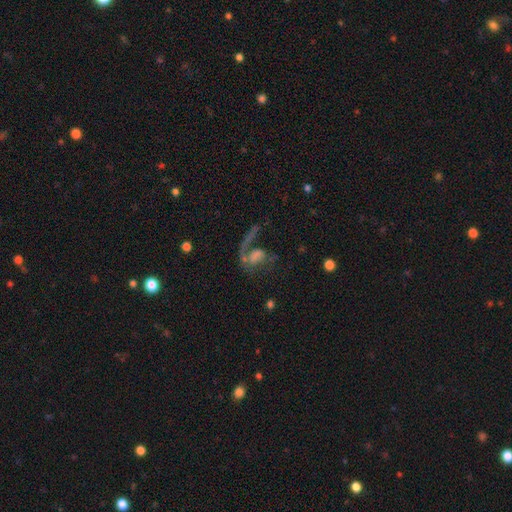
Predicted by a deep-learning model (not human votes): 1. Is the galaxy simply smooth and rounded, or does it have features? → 57% featured or disk, 27% smooth, 16% star or artifact.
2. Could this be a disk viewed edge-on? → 95% no, 5% yes.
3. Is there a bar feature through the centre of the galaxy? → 61% no, 26% weak, 13% strong.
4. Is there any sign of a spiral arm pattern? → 65% yes, 35% no.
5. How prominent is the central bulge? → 46% none, 19% moderate, 18% small, 12% large, 4% dominant.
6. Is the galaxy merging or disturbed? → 41% major disturbance, 32% none, 14% merger, 12% minor disturbance.